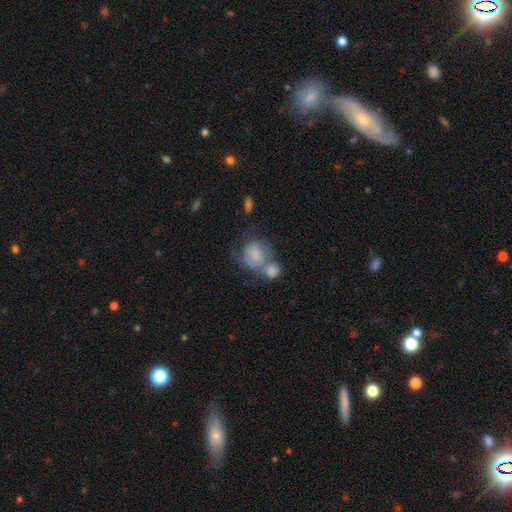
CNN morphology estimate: smooth-or-featured: smooth: 63% | featured or disk: 28% | star or artifact: 9%
  how-rounded: round: 61% | in between: 38% | cigar-shaped: 1%
  merging: merger: 52% | none: 23% | minor disturbance: 14% | major disturbance: 12%